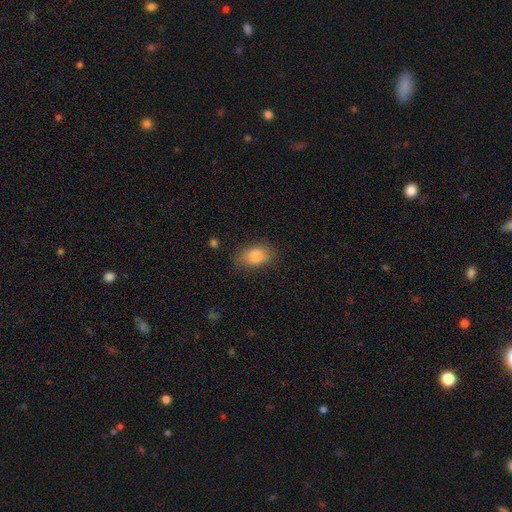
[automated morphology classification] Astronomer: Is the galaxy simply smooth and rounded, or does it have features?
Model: smooth — 83%.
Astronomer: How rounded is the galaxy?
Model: in between — 87%.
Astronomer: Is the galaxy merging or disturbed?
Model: none — 73%.